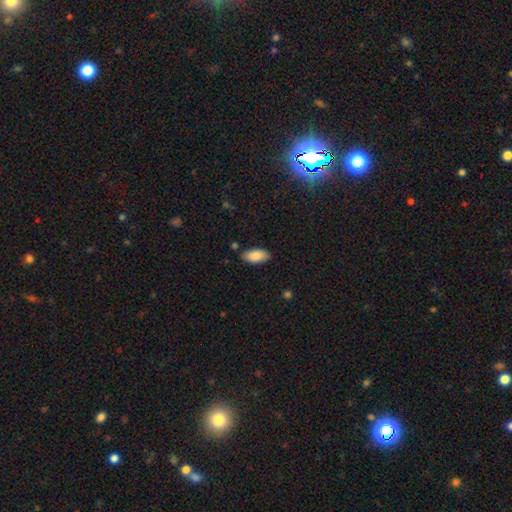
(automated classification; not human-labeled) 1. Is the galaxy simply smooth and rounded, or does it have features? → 87% smooth, 7% featured or disk, 6% star or artifact.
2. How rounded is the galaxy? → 92% in between, 6% cigar-shaped, 2% round.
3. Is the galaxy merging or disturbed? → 84% none, 11% minor disturbance, 2% major disturbance, 2% merger.